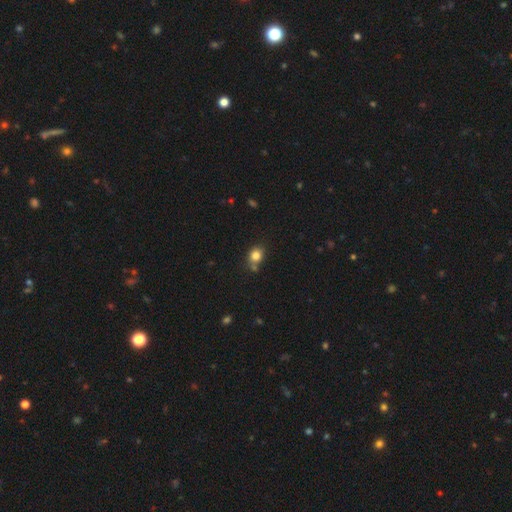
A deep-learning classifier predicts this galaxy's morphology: The model was most divided on "how rounded": round: 65%, in between: 34%, cigar-shaped: 1%. More confident: smooth or featured — smooth (82%); merging — none (64%).